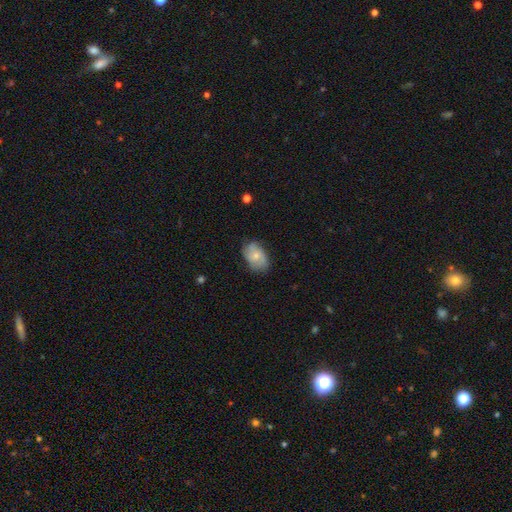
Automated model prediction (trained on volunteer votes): A smooth galaxy with no disk features (59%) that is in between round and cigar-shaped (83%). Merging: none (67%).